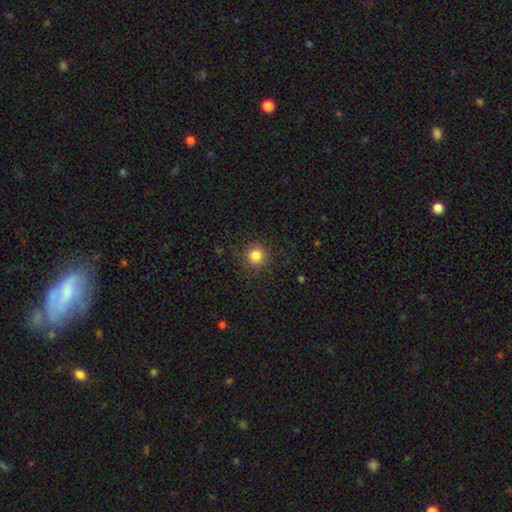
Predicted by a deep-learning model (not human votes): smooth 83%, star or artifact 12%, featured or disk 5%. Down the decision tree: how rounded — round (94%); merging — none (89%).